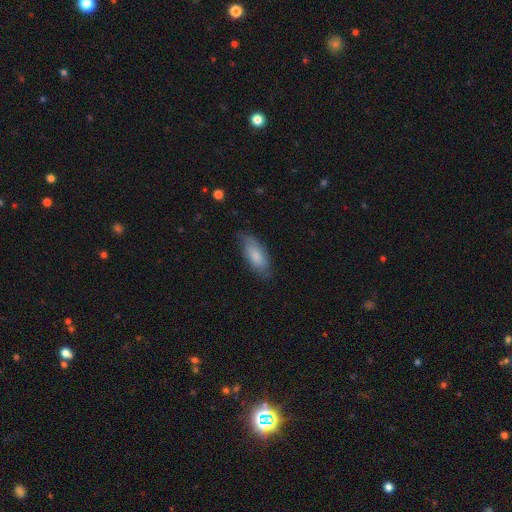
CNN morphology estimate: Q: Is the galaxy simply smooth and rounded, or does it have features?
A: smooth — 79%.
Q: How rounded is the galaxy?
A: in between — 76%.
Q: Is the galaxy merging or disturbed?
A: none — 74%.